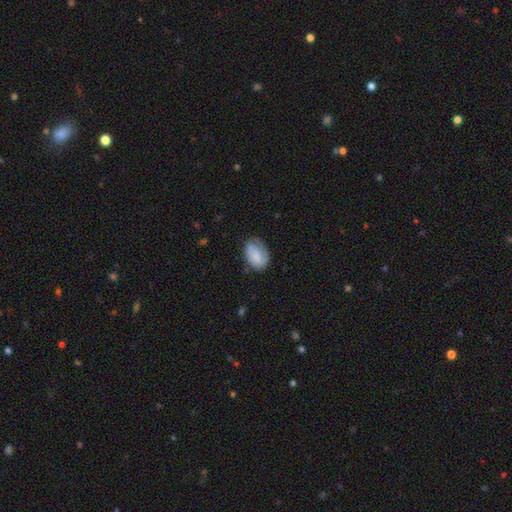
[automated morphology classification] The model was most divided on "merging": none: 57%, minor disturbance: 30%, major disturbance: 11%, merger: 2%. More confident: how rounded — in between (78%); smooth or featured — smooth (69%).